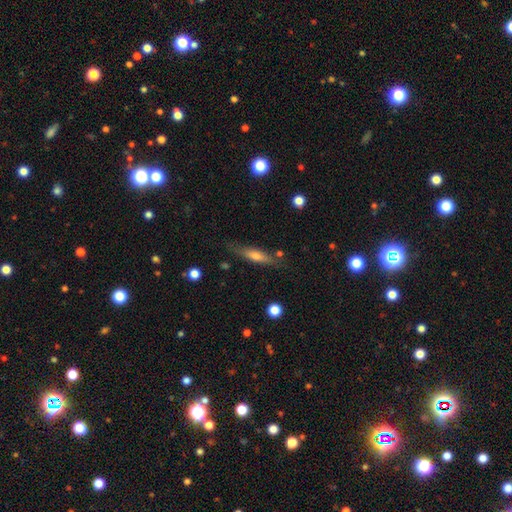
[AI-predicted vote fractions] Smooth or featured?
  - smooth: 51% *
  - featured or disk: 42%
  - star or artifact: 8%
How rounded?
  - cigar-shaped: 74% *
  - in between: 23%
  - round: 3%
Merging?
  - none: 76% *
  - minor disturbance: 16%
  - major disturbance: 5%
  - merger: 3%